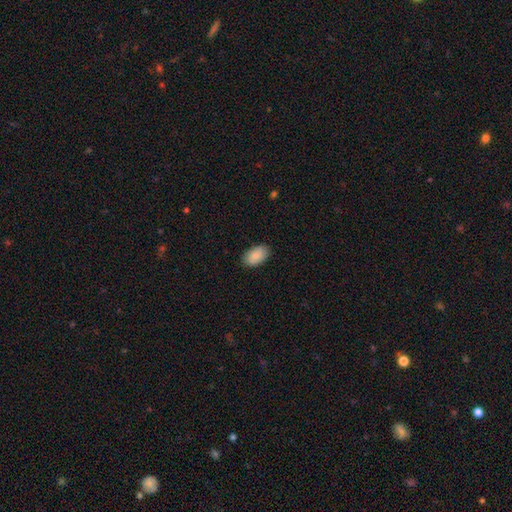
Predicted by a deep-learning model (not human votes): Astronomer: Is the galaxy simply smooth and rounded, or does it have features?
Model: smooth — 84%.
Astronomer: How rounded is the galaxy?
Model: in between — 94%.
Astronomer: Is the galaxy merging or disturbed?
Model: none — 87%.